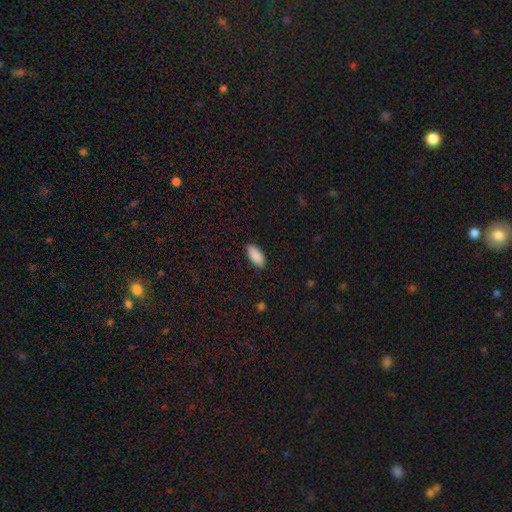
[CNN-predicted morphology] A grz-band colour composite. It shows a smooth galaxy with no disk features (90%) that is in between round and cigar-shaped (91%). Merging: none (88%).